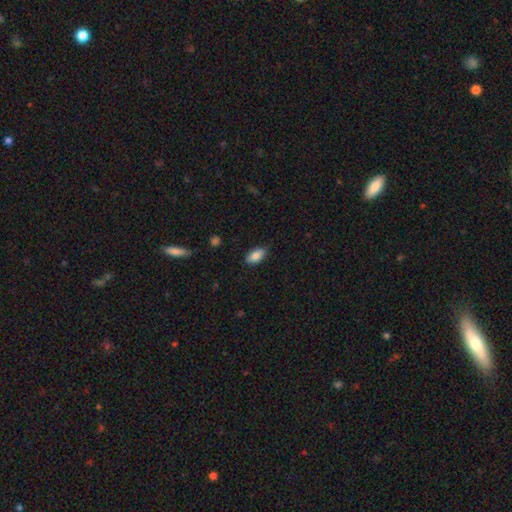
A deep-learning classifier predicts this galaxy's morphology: Smooth or featured: smooth — 85% (featured or disk — 8%)
How rounded: in between — 93% (cigar-shaped — 4%)
Merging: none — 83% (minor disturbance — 13%)